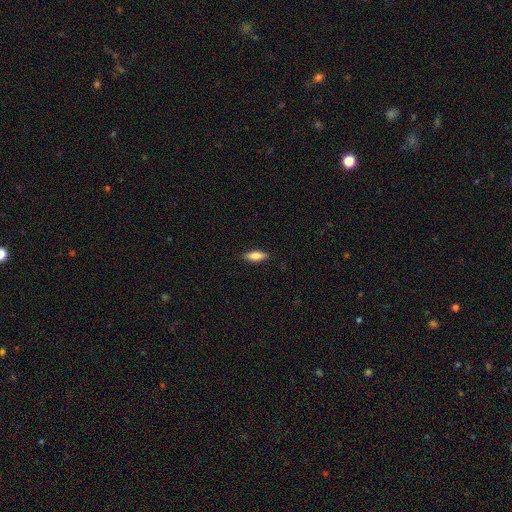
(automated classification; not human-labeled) Q: Smooth or featured?
A: smooth (81%); runner-up: featured or disk (13%)
Q: How rounded?
A: in between (63%); runner-up: cigar-shaped (35%)
Q: Merging?
A: none (87%); runner-up: minor disturbance (10%)